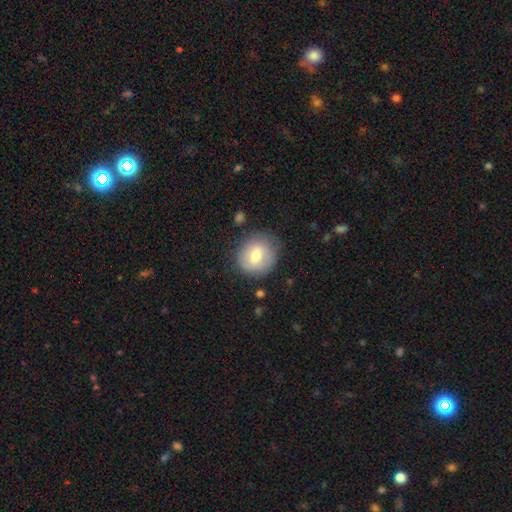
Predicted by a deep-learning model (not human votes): Morphology: type=smooth (71%); roundness=round (83%); merging=none (77%).